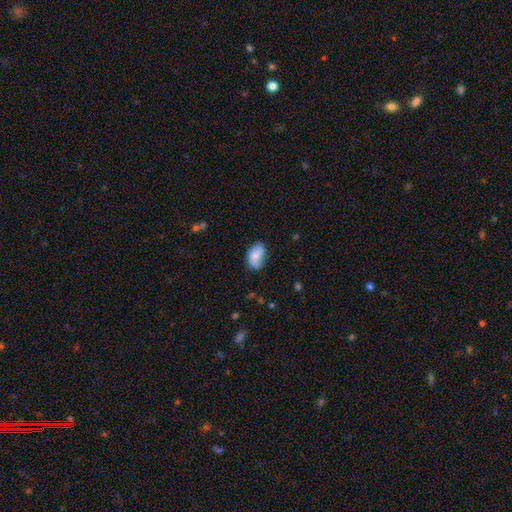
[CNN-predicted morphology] The model was most divided on "merging": none: 64%, minor disturbance: 27%, major disturbance: 7%, merger: 2%. More confident: how rounded — in between (90%); smooth or featured — smooth (70%).